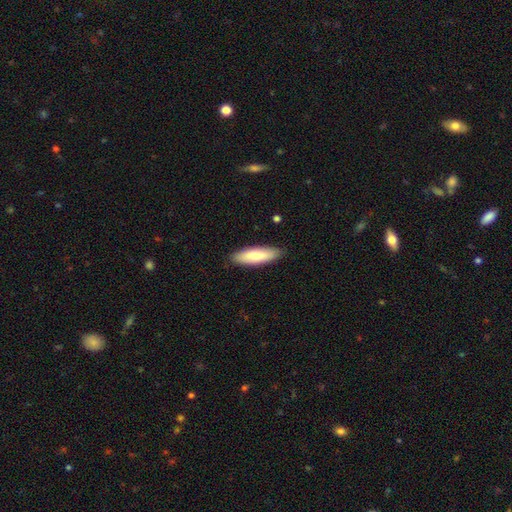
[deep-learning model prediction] smooth 78%, featured or disk 17%, star or artifact 5%. Down the decision tree: how rounded — cigar-shaped (52%); merging — none (88%).